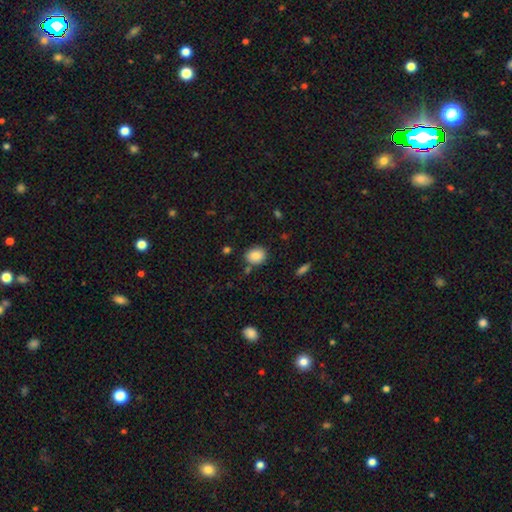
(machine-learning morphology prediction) A smooth galaxy with no disk features (86%) that is round (57%).

Vote fractions:
- Smooth or featured? smooth: 86% / star or artifact: 9% / featured or disk: 5%
- How rounded? round: 57% / in between: 42% / cigar-shaped: 1%
- Merging? none: 80% / minor disturbance: 12% / merger: 5% / major disturbance: 3%